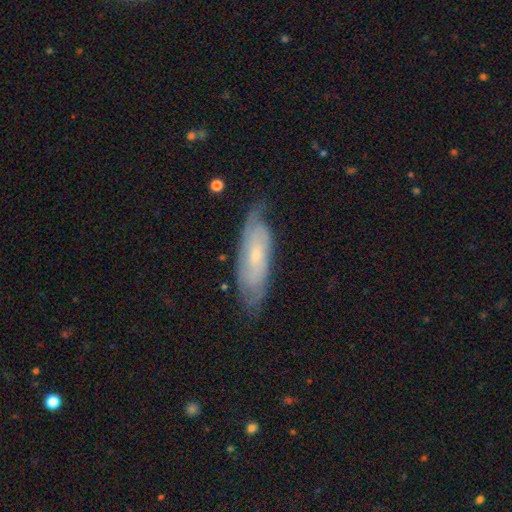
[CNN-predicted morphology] Smooth or featured: featured or disk — 68% (smooth — 26%)
Edge-on disk: no — 81% (yes — 19%)
Bar: no — 66% (weak — 28%)
Spiral arms: yes — 88% (no — 12%)
Bulge size: small — 72% (moderate — 23%)
Merging: none — 71% (minor disturbance — 21%)